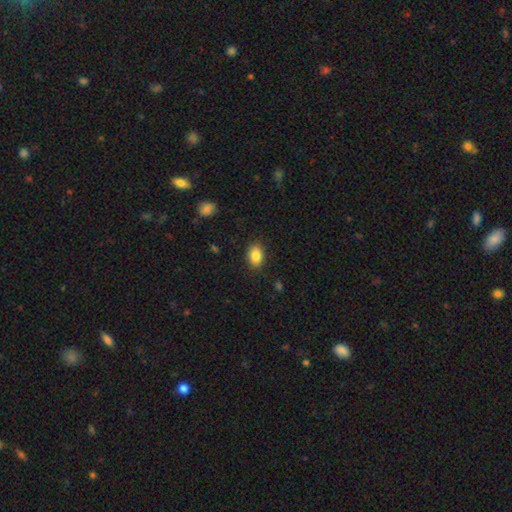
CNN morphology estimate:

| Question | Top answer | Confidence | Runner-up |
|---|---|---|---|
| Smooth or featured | smooth | 87% | star or artifact (8%) |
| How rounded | in between | 83% | round (16%) |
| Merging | none | 87% | minor disturbance (9%) |